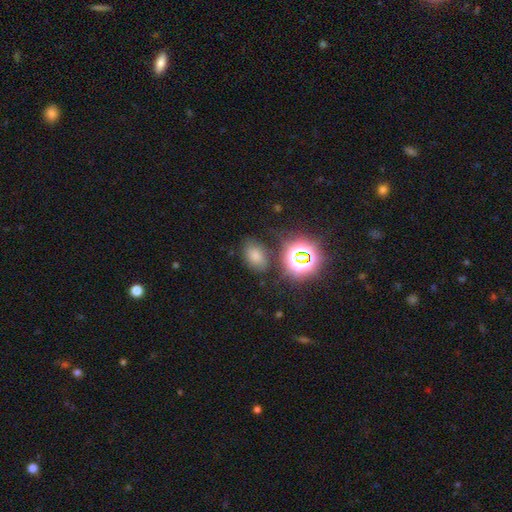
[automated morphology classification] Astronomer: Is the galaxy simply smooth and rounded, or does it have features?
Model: smooth — 53% (runner-up: star or artifact, 36%).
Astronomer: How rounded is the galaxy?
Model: in between — 73%.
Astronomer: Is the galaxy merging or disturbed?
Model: none — 77%.